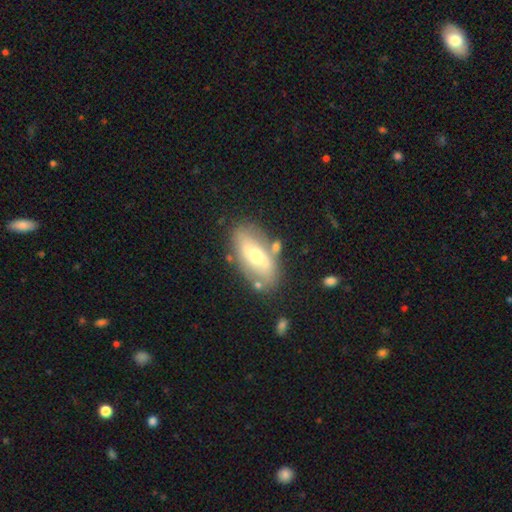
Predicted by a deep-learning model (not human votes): featured or disk 52%, smooth 41%, star or artifact 7%. Down the decision tree: edge-on disk — no (80%); merging — none (76%).